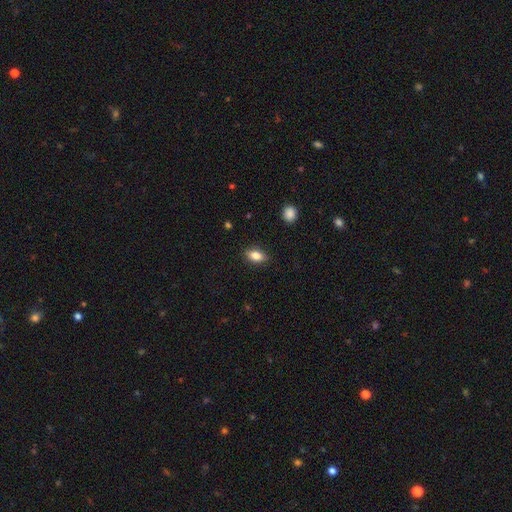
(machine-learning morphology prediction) Smooth or featured? smooth (81%)
How rounded? in between (85%)
Merging? none (86%)